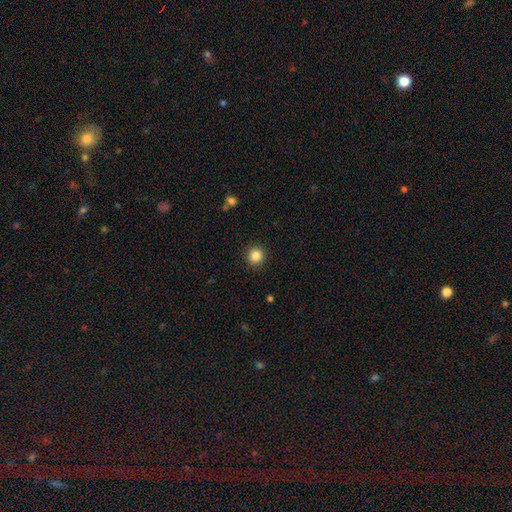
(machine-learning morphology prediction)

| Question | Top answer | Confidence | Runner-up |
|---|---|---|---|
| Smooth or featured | smooth | 86% | star or artifact (11%) |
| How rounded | round | 93% | in between (6%) |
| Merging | none | 91% | minor disturbance (6%) |